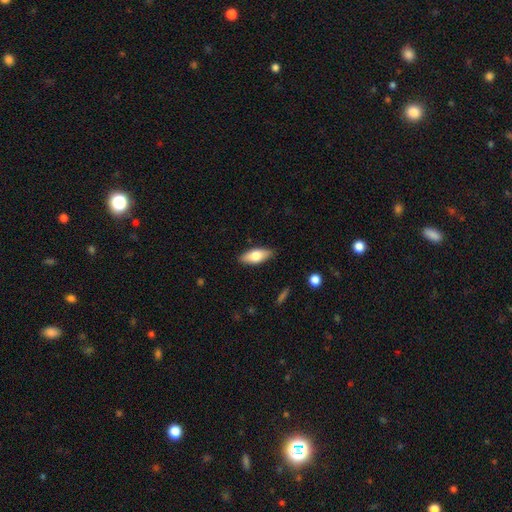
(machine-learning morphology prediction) The model was most divided on "smooth or featured": smooth: 71%, featured or disk: 23%, star or artifact: 6%. More confident: merging — none (86%); how rounded — in between (81%).